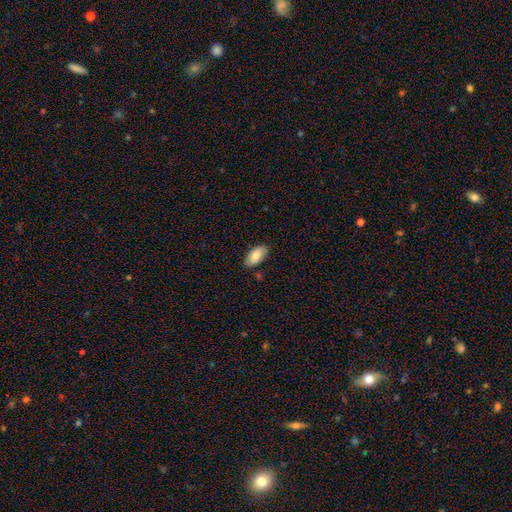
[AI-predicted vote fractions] A smooth galaxy with no disk features (81%) that is in between round and cigar-shaped (93%). Merging: none (83%).